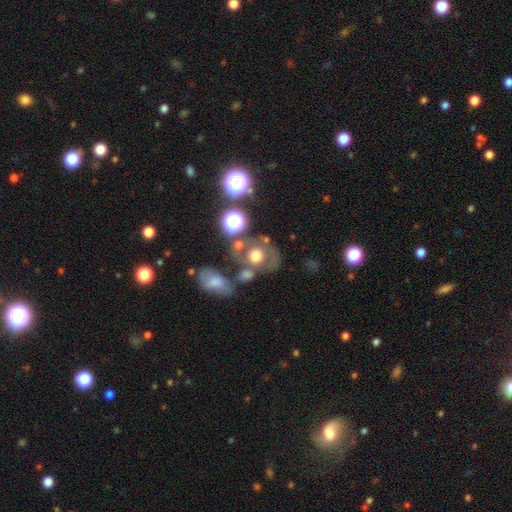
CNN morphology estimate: Q: Smooth or featured?
A: smooth (52%); runner-up: featured or disk (32%)
Q: How rounded?
A: round (72%); runner-up: in between (27%)
Q: Merging?
A: none (50%); runner-up: merger (23%)